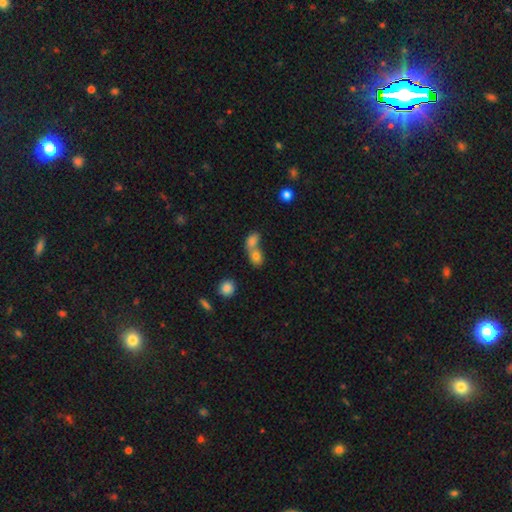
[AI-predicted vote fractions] Smooth or featured? smooth (77%)
How rounded? in between (62%)
Merging? merger (69%)